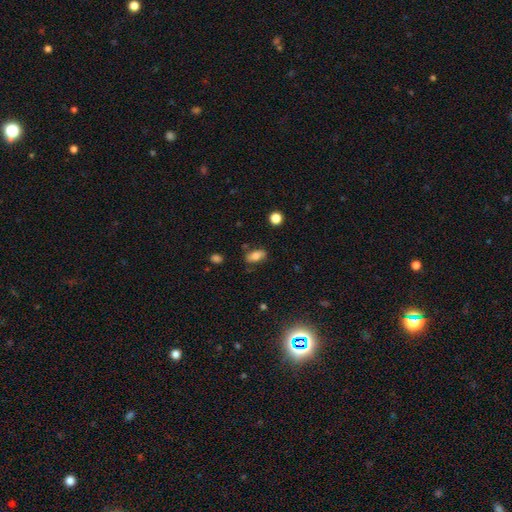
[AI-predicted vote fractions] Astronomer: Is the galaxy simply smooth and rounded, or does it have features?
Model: smooth — 76%.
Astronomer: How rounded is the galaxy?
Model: in between — 85%.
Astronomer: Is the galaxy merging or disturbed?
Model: none — 77%.